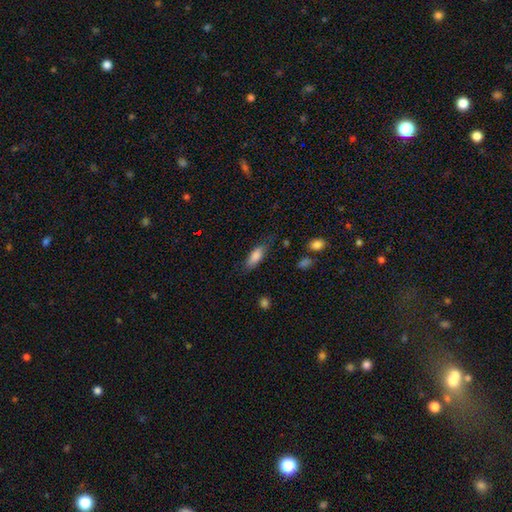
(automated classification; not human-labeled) Smooth or featured? smooth (83%)
How rounded? in between (66%)
Merging? none (71%)